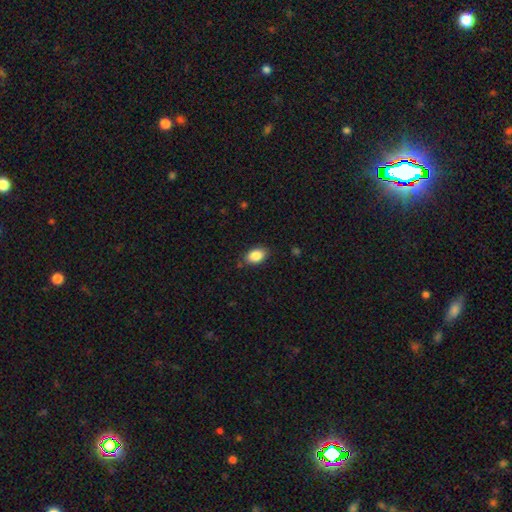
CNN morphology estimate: smooth 86%, star or artifact 8%, featured or disk 6%. Down the decision tree: how rounded — in between (89%); merging — none (83%).